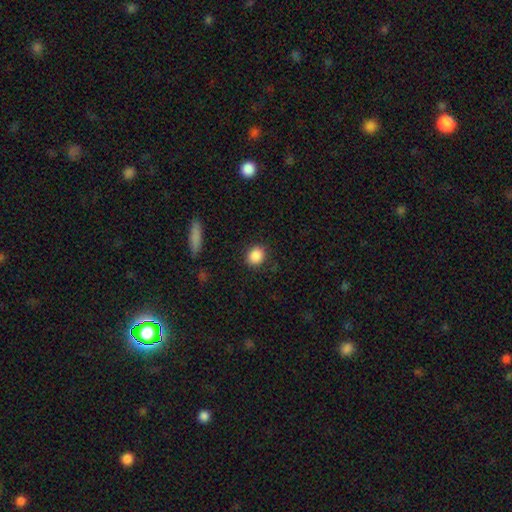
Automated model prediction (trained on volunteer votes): smooth_or_featured: smooth (p=0.88) [alt: star or artifact p=0.09]
how_rounded: round (p=0.69) [alt: in between p=0.30]
merging: none (p=0.87) [alt: minor disturbance p=0.09]